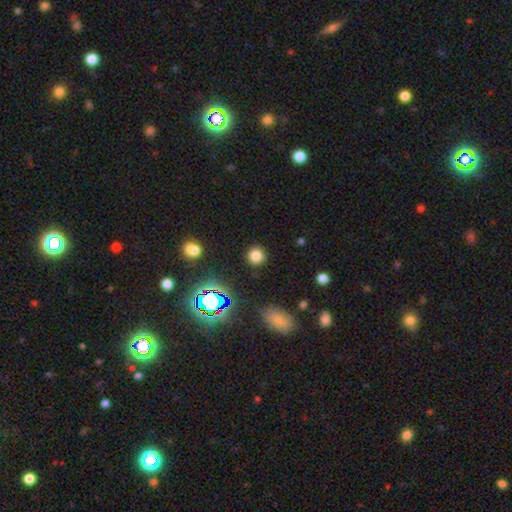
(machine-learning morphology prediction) Smooth or featured? Predicted: smooth (p=0.76). How rounded? Predicted: round (p=0.92). Merging? Predicted: none (p=0.90).